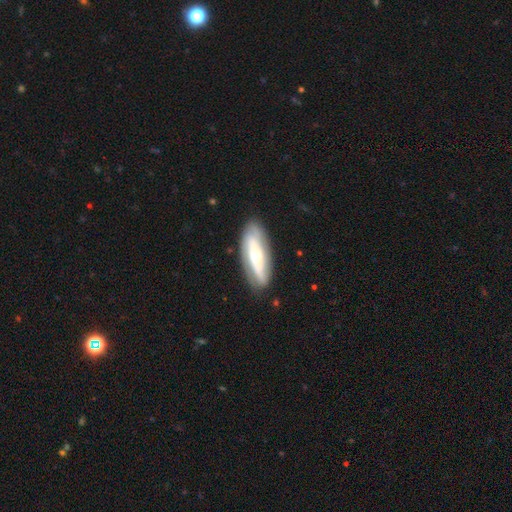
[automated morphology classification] Overall: featured or disk (64%; smooth 31%). Edge-on disk: no (76%). Merging: none (82%).